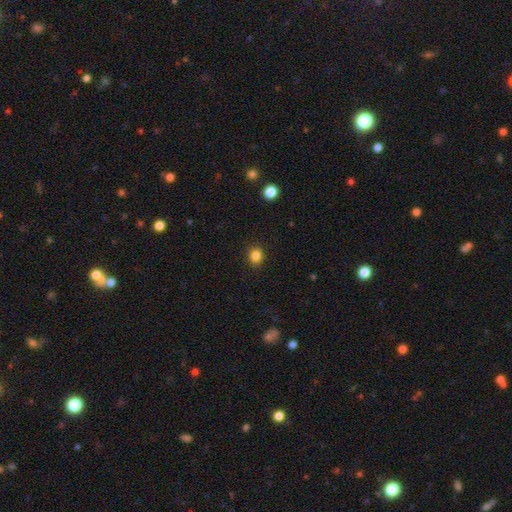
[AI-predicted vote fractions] A smooth galaxy with no disk features (84%) that is round (68%).

Vote fractions:
- Smooth or featured? smooth: 84% / star or artifact: 11% / featured or disk: 4%
- How rounded? round: 68% / in between: 31% / cigar-shaped: 1%
- Merging? none: 89% / minor disturbance: 8% / major disturbance: 2% / merger: 1%